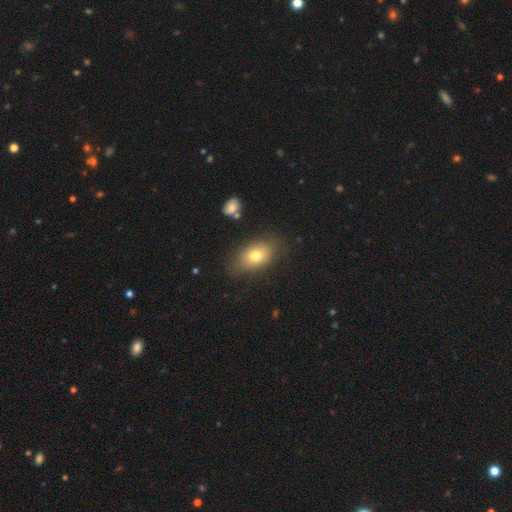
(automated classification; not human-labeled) Smooth or featured? smooth (74%)
How rounded? in between (85%)
Merging? none (77%)